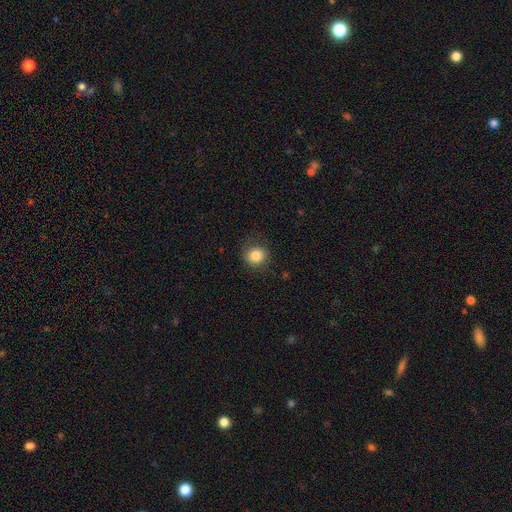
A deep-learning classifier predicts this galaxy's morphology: Smooth or featured: smooth — 83% (star or artifact — 10%)
How rounded: round — 86% (in between — 13%)
Merging: none — 80% (minor disturbance — 14%)